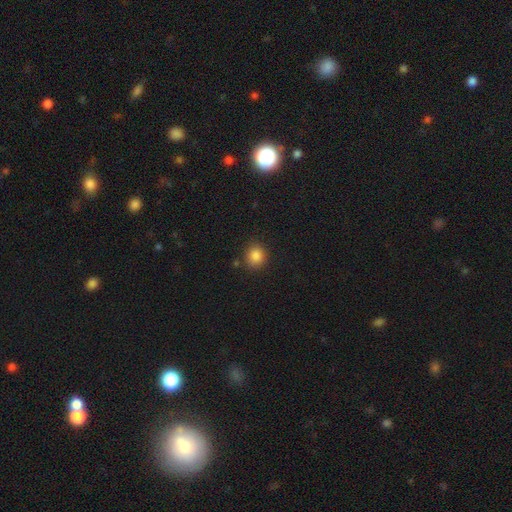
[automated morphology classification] smooth_or_featured: smooth (p=0.85) [alt: star or artifact p=0.11]
how_rounded: round (p=0.75) [alt: in between p=0.24]
merging: none (p=0.84) [alt: minor disturbance p=0.10]